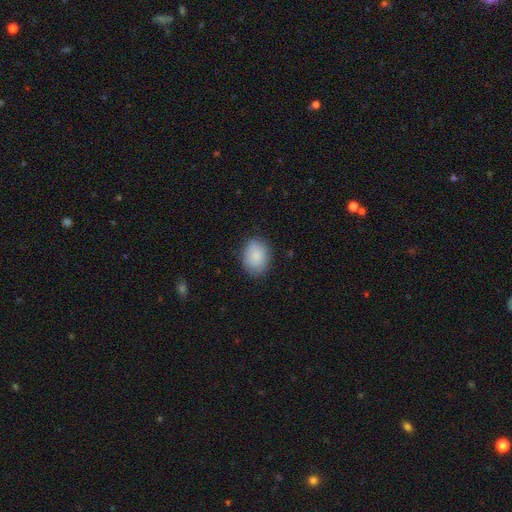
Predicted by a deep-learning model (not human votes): smooth 83%, featured or disk 10%, star or artifact 7%. Down the decision tree: how rounded — in between (53%); merging — none (81%).